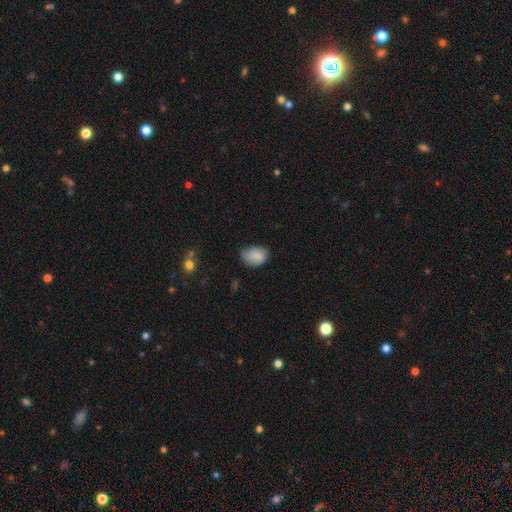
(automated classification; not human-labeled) This is clearly a smooth galaxy (81%). How rounded: likely in between (76%). Merging: possibly none (52%).